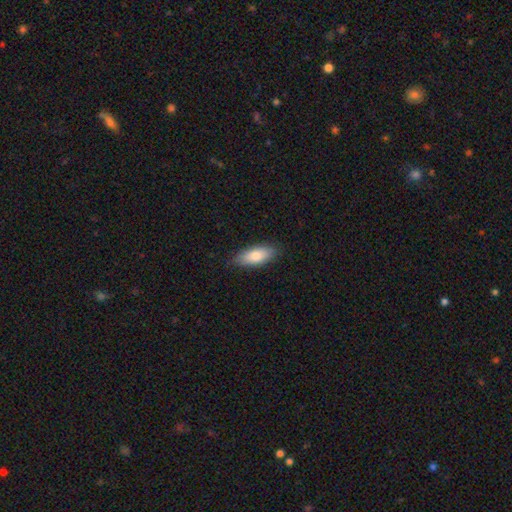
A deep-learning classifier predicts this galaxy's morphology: The model was most divided on "how rounded": in between: 79%, cigar-shaped: 19%, round: 2%. More confident: merging — none (85%); smooth or featured — smooth (79%).